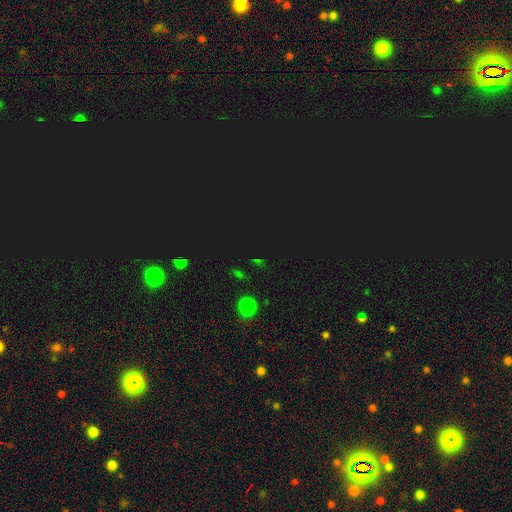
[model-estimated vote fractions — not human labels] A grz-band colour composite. It shows a star or artifact, not a galaxy (73%).